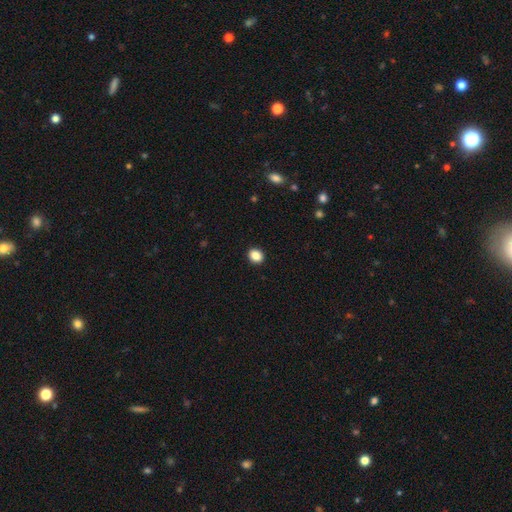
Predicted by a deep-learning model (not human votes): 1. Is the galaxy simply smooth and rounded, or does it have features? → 87% smooth, 9% star or artifact, 4% featured or disk.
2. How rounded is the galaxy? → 65% round, 34% in between, 1% cigar-shaped.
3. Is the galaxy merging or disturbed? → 92% none, 5% minor disturbance, 2% major disturbance, 1% merger.